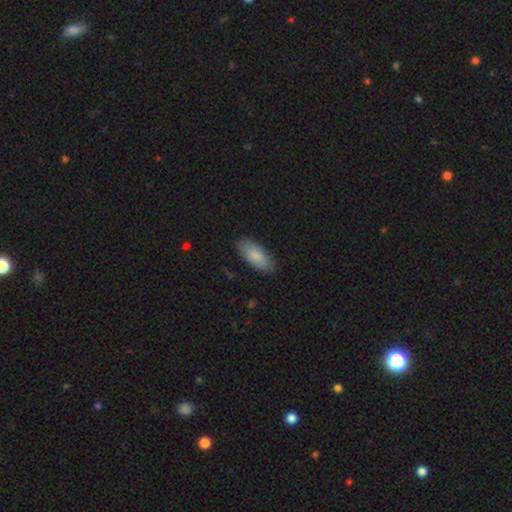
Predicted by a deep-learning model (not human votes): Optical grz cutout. It shows a smooth galaxy with no disk features (86%) that is in between round and cigar-shaped (86%). Merging: none (85%).